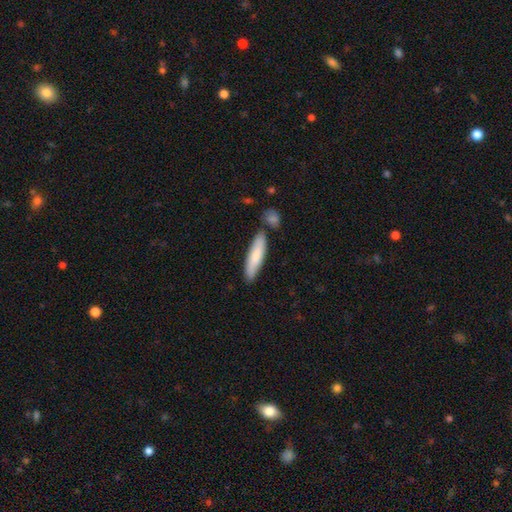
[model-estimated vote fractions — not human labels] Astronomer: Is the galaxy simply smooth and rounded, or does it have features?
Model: smooth — 78%.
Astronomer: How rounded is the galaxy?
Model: cigar-shaped — 76%.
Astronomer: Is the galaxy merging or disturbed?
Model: none — 77%.